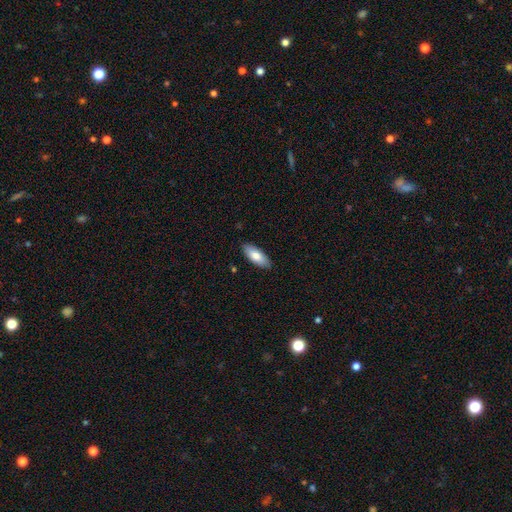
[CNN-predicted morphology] A smooth galaxy with no disk features (80%) that is in between round and cigar-shaped (82%). Merging: none (87%).